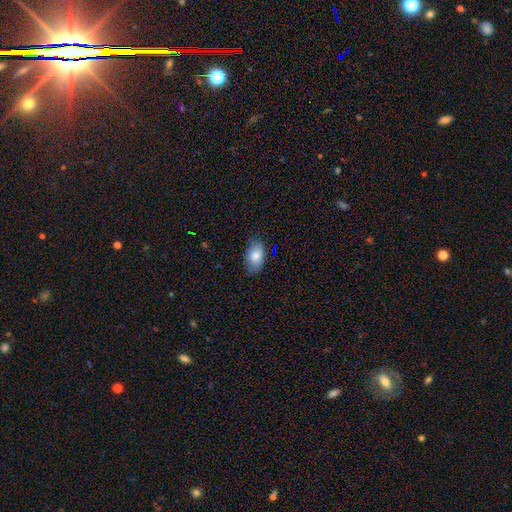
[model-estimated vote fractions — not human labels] smooth_or_featured: smooth (p=0.81) [alt: featured or disk p=0.12]
how_rounded: in between (p=0.90) [alt: round p=0.08]
merging: none (p=0.78) [alt: minor disturbance p=0.18]